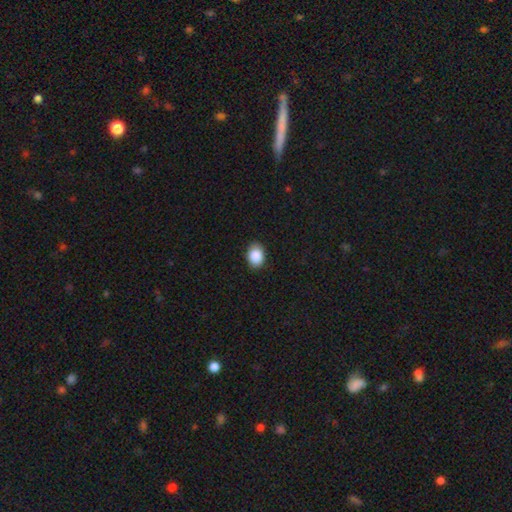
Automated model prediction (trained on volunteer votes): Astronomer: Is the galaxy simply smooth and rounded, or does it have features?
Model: smooth — 89%.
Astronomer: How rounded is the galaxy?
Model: in between — 71%.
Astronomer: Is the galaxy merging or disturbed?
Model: none — 86%.